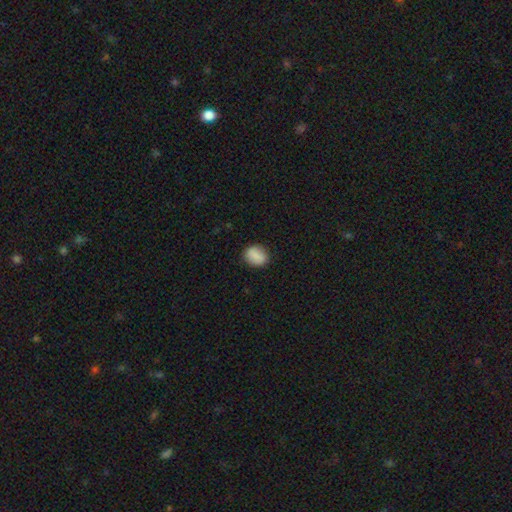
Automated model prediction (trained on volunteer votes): Smooth or featured? Predicted: smooth (p=0.88). How rounded? Predicted: in between (p=0.51). Merging? Predicted: none (p=0.86).